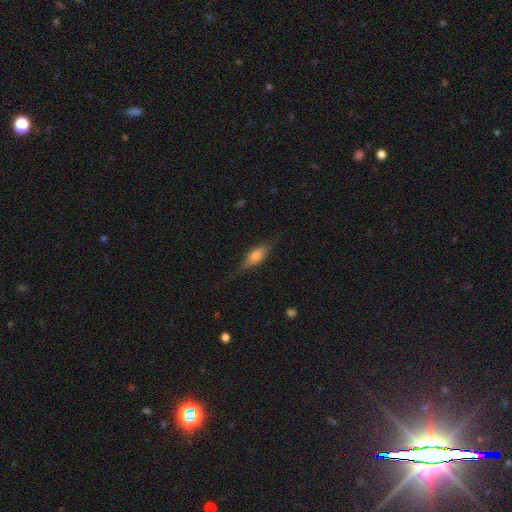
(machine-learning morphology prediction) Smooth or featured? smooth (63%)
How rounded? in between (65%)
Merging? none (75%)